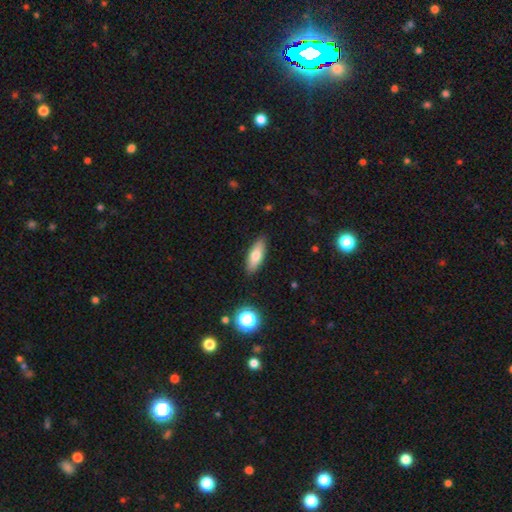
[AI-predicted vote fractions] Smooth or featured: smooth — 72% (featured or disk — 21%)
How rounded: in between — 63% (cigar-shaped — 35%)
Merging: none — 88% (minor disturbance — 9%)